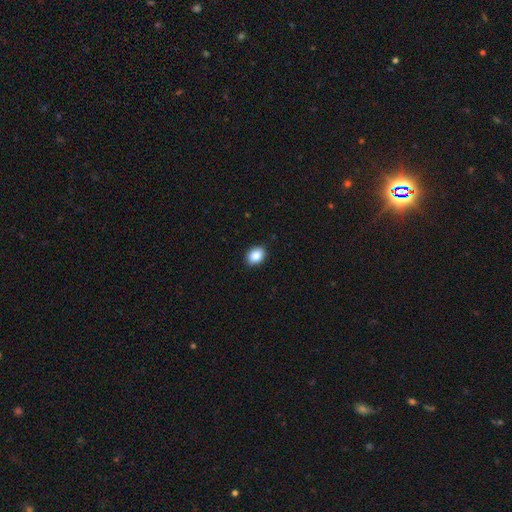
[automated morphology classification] Smooth or featured? smooth (88%)
How rounded? in between (69%)
Merging? none (90%)